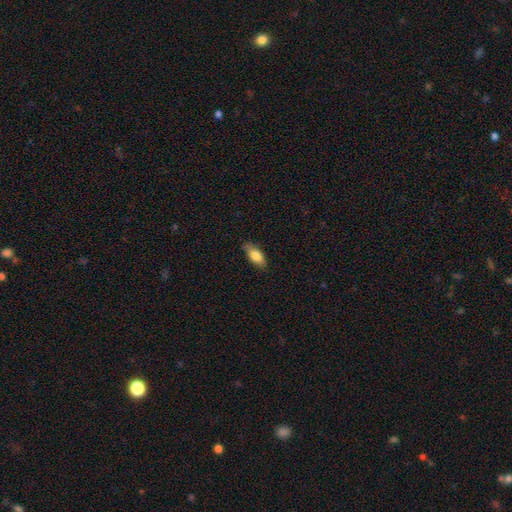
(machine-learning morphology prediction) Smooth or featured?
  - smooth: 80% *
  - featured or disk: 13%
  - star or artifact: 6%
How rounded?
  - in between: 83% *
  - cigar-shaped: 14%
  - round: 3%
Merging?
  - none: 78% *
  - minor disturbance: 17%
  - major disturbance: 3%
  - merger: 1%